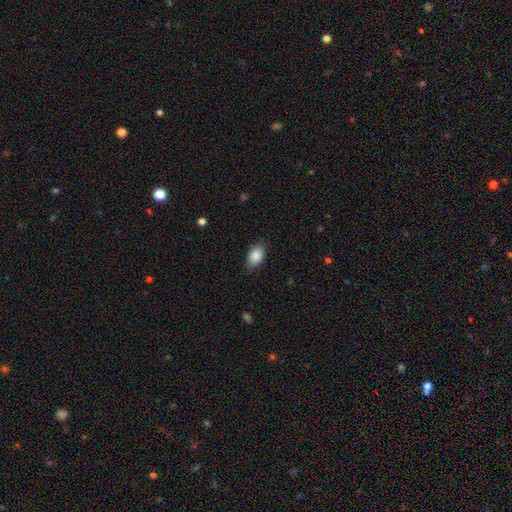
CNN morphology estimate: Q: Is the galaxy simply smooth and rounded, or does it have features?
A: smooth — 89%.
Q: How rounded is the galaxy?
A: in between — 91%.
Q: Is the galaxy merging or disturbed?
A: none — 86%.